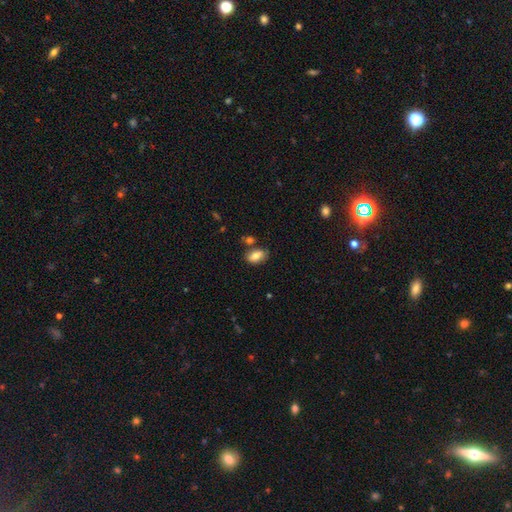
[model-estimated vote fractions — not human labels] smooth_or_featured: smooth (p=0.79) [alt: featured or disk p=0.13]
how_rounded: in between (p=0.89) [alt: round p=0.08]
merging: none (p=0.67) [alt: minor disturbance p=0.18]